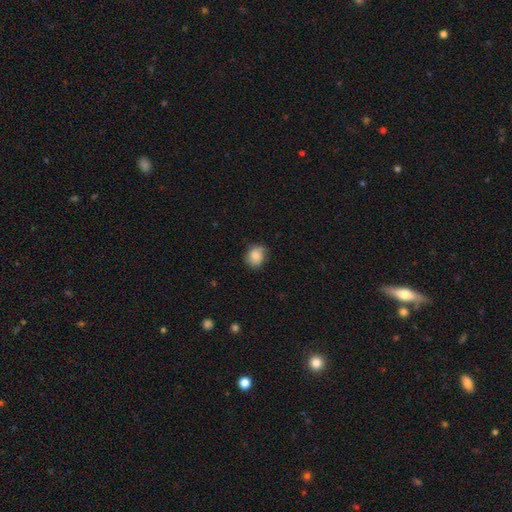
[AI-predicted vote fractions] A smooth galaxy with no disk features (77%) that is round (59%). Merging: none (64%).